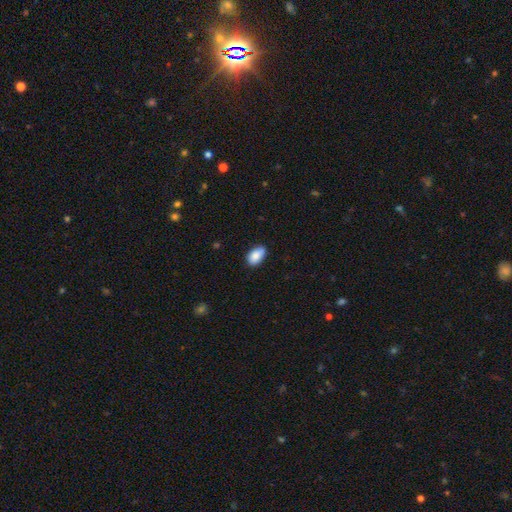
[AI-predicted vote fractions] This is clearly a smooth galaxy (87%). How rounded: clearly in between (92%). Merging: likely none (79%).